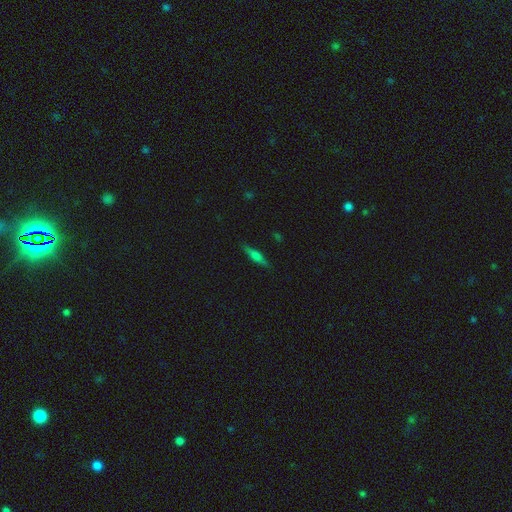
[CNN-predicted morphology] This is possibly a featured or disk galaxy (48%). Merging: clearly none (87%).